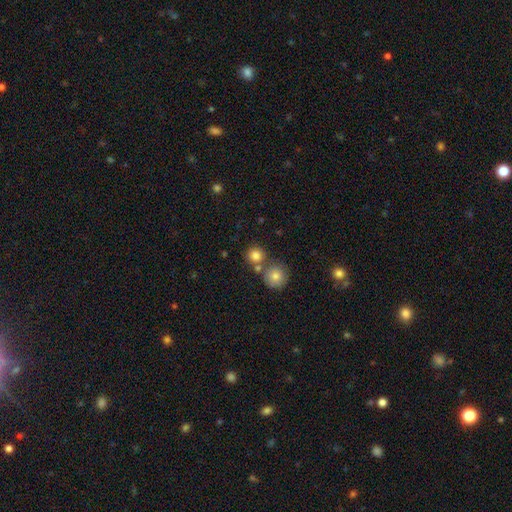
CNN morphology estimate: smooth_or_featured: smooth (p=0.80) [alt: star or artifact p=0.12]
how_rounded: round (p=0.91) [alt: in between p=0.08]
merging: none (p=0.64) [alt: merger p=0.26]